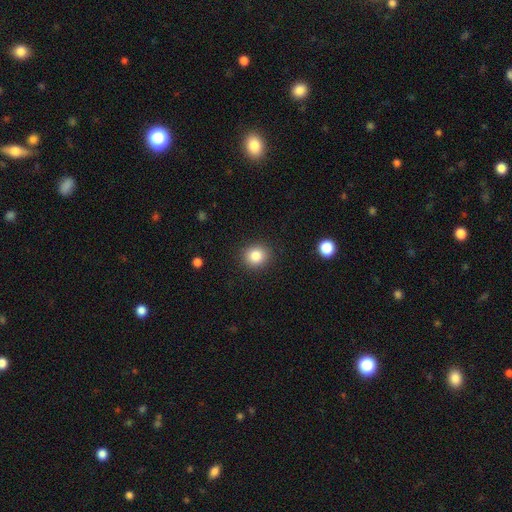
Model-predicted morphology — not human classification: Smooth or featured? Predicted: smooth (p=0.84). How rounded? Predicted: round (p=0.84). Merging? Predicted: none (p=0.90).